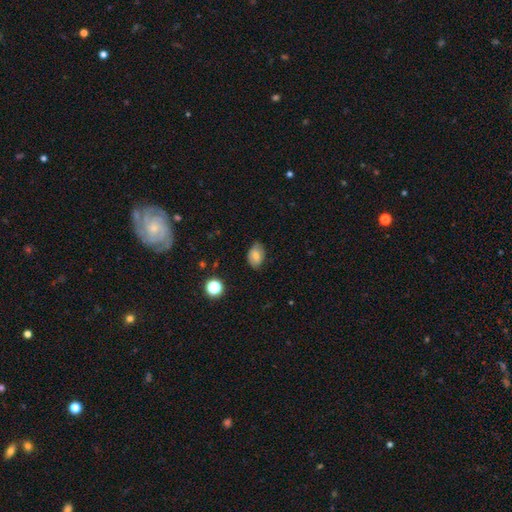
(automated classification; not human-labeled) Q: Smooth or featured?
A: smooth (64%); runner-up: featured or disk (25%)
Q: How rounded?
A: in between (82%); runner-up: round (16%)
Q: Merging?
A: none (76%); runner-up: minor disturbance (19%)